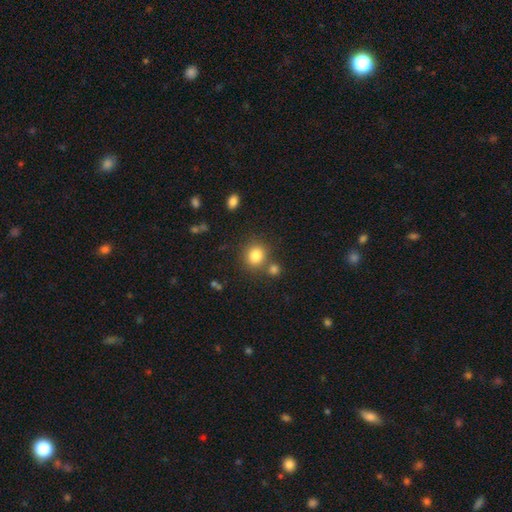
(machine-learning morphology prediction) Smooth or featured? Predicted: smooth (p=0.82). How rounded? Predicted: round (p=0.82). Merging? Predicted: none (p=0.71).